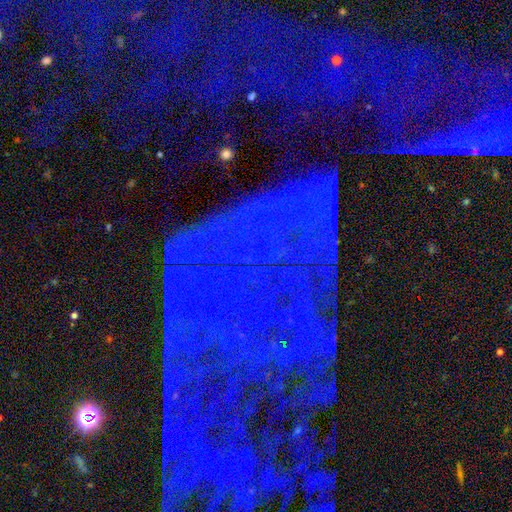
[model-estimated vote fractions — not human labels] The model was most divided on "smooth or featured": star or artifact: 81%, featured or disk: 10%, smooth: 8%.